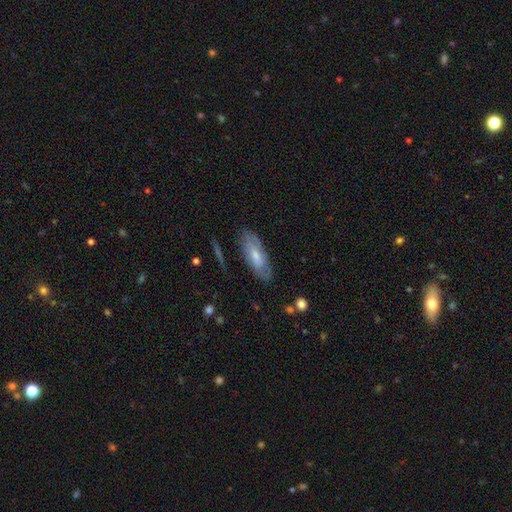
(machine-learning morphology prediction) smooth_or_featured: smooth (p=0.50) [alt: featured or disk p=0.44]
merging: none (p=0.78) [alt: minor disturbance p=0.16]